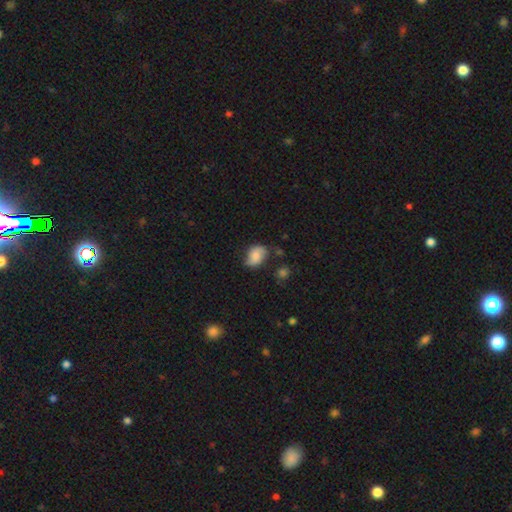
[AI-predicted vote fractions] Smooth or featured? smooth (60%)
How rounded? in between (77%)
Merging? none (59%)